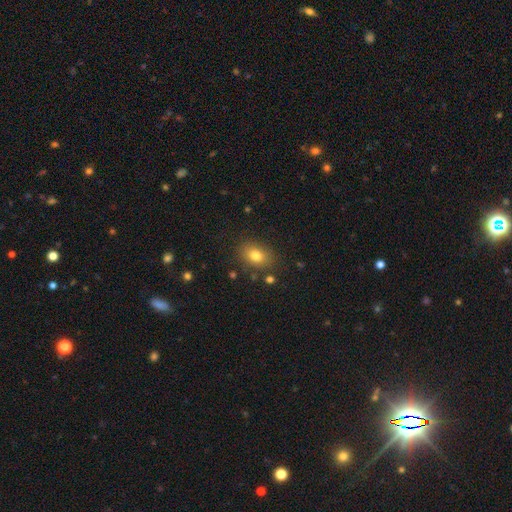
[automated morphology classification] smooth-or-featured: smooth: 79% | featured or disk: 11% | star or artifact: 11%
  how-rounded: in between: 74% | round: 25% | cigar-shaped: 1%
  merging: none: 83% | minor disturbance: 11% | major disturbance: 3% | merger: 3%